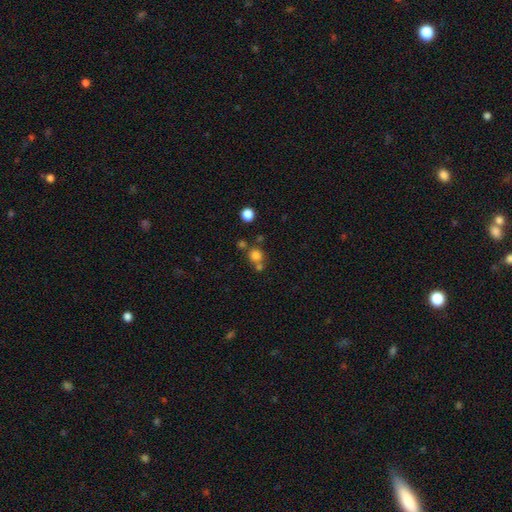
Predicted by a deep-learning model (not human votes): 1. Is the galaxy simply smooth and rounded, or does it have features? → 76% smooth, 16% star or artifact, 8% featured or disk.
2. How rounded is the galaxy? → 88% round, 11% in between, 1% cigar-shaped.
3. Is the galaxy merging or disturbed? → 59% none, 29% merger, 8% minor disturbance, 4% major disturbance.